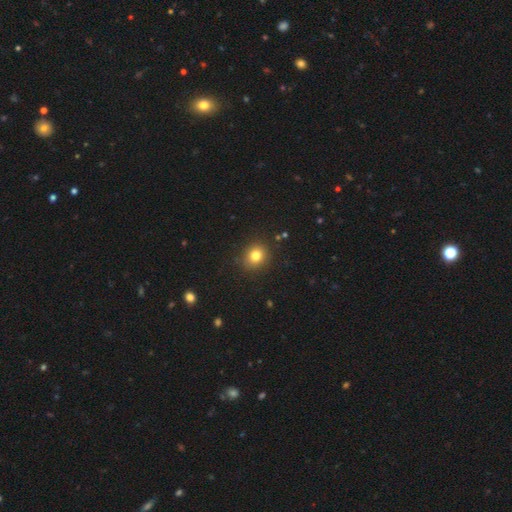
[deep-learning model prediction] The model was most divided on "how rounded": round: 73%, in between: 26%, cigar-shaped: 1%. More confident: merging — none (88%); smooth or featured — smooth (80%).